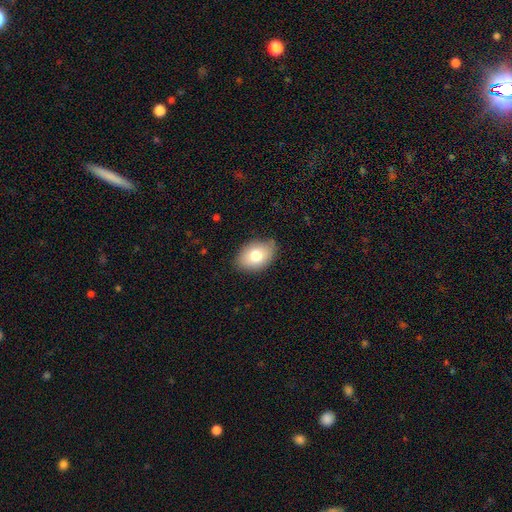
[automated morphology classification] Q: Smooth or featured?
A: smooth (77%); runner-up: featured or disk (15%)
Q: How rounded?
A: in between (85%); runner-up: round (14%)
Q: Merging?
A: none (80%); runner-up: minor disturbance (16%)